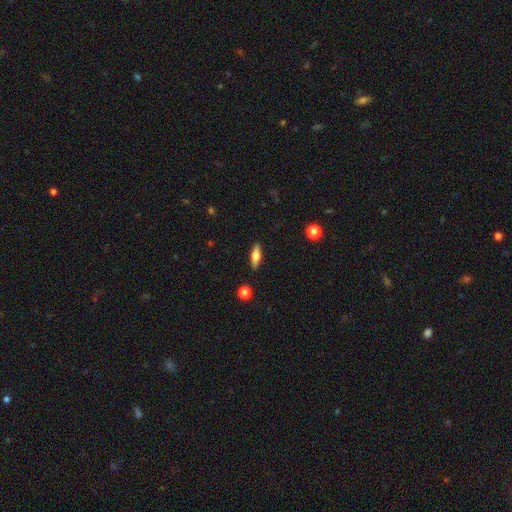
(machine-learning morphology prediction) smooth_or_featured: smooth (p=0.61) [alt: featured or disk p=0.32]
how_rounded: cigar-shaped (p=0.49) [alt: in between p=0.47]
merging: none (p=0.89) [alt: minor disturbance p=0.07]